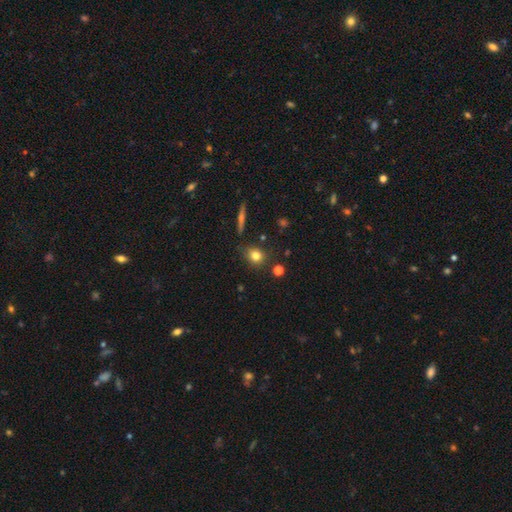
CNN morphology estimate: Smooth or featured?
  - smooth: 78% *
  - star or artifact: 12%
  - featured or disk: 10%
How rounded?
  - round: 71% *
  - in between: 27%
  - cigar-shaped: 2%
Merging?
  - none: 80% *
  - minor disturbance: 13%
  - merger: 4%
  - major disturbance: 3%